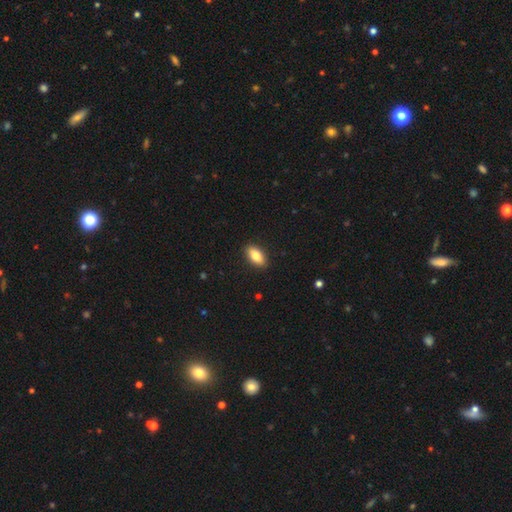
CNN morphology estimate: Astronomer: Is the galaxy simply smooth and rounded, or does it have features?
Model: smooth — 82%.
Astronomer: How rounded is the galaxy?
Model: in between — 89%.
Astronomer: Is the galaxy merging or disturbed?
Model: none — 90%.